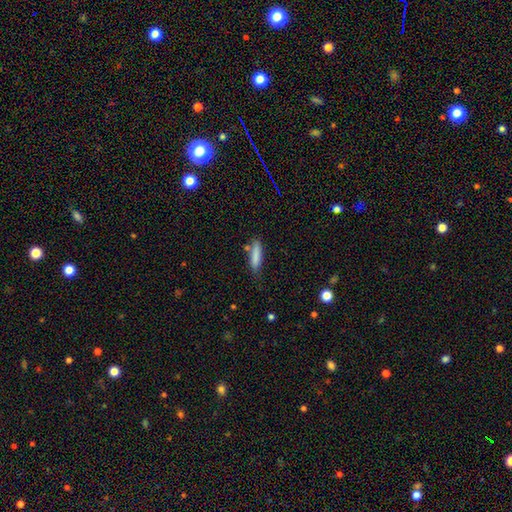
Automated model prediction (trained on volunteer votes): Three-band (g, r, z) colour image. It shows a smooth galaxy with no disk features (84%) that is cigar-shaped (72%). Merging: none (68%).